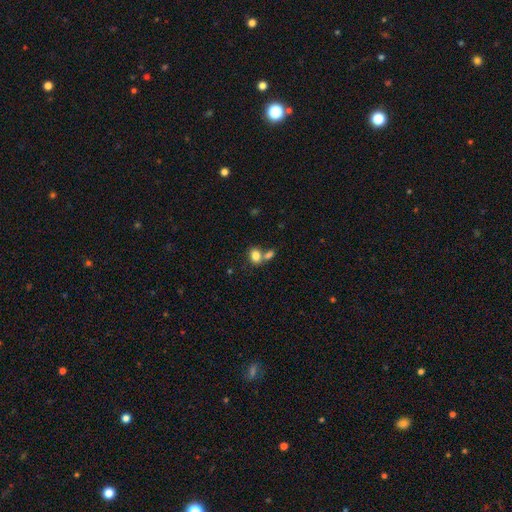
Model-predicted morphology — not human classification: Q: Smooth or featured?
A: smooth (81%); runner-up: star or artifact (10%)
Q: How rounded?
A: in between (67%); runner-up: round (32%)
Q: Merging?
A: merger (45%); runner-up: none (42%)